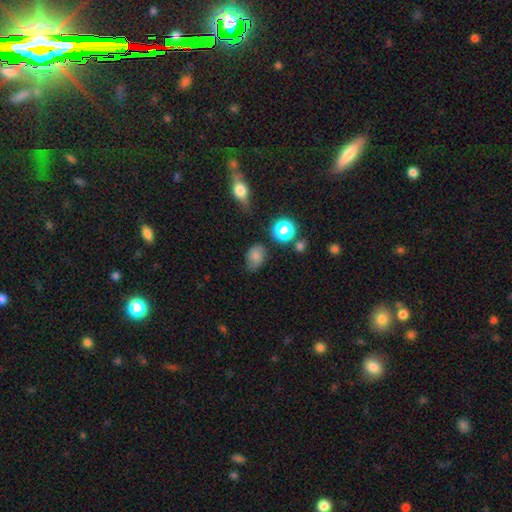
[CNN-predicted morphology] smooth_or_featured: smooth (p=0.75) [alt: star or artifact p=0.13]
how_rounded: in between (p=0.73) [alt: round p=0.26]
merging: none (p=0.65) [alt: minor disturbance p=0.25]